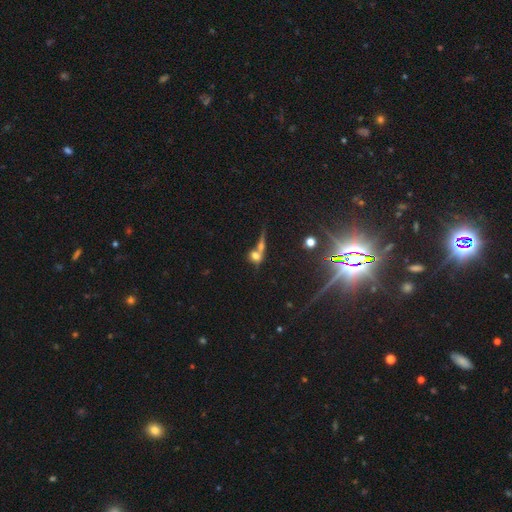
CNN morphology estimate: Smooth or featured?
  - smooth: 59% *
  - featured or disk: 25%
  - star or artifact: 15%
How rounded?
  - round: 56% *
  - in between: 31%
  - cigar-shaped: 12%
Merging?
  - merger: 53% *
  - none: 31%
  - minor disturbance: 9%
  - major disturbance: 7%